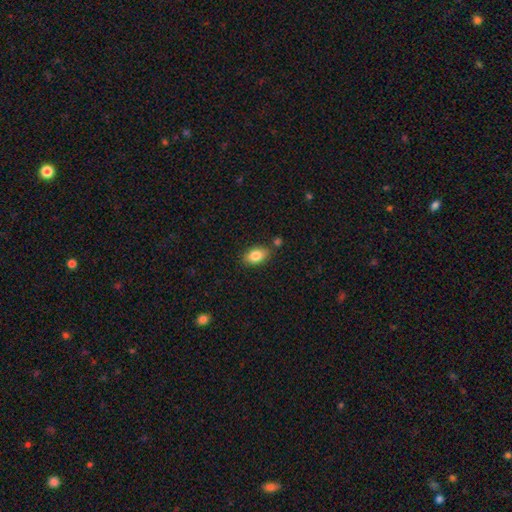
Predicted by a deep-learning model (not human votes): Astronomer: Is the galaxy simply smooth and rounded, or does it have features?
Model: smooth — 84%.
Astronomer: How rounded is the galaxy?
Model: in between — 89%.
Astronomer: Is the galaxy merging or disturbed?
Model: none — 79%.